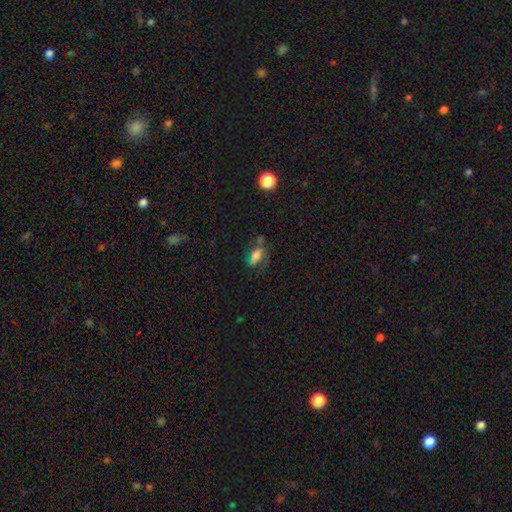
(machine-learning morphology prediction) Smooth or featured? smooth (59%)
How rounded? in between (78%)
Merging? none (43%)